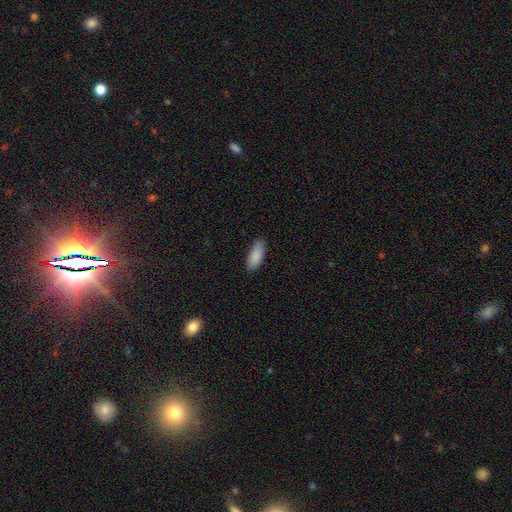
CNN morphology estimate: Smooth or featured? Predicted: smooth (p=0.88). How rounded? Predicted: in between (p=0.79). Merging? Predicted: none (p=0.80).